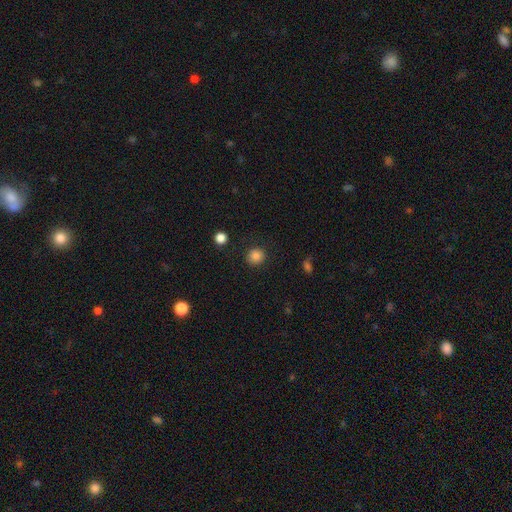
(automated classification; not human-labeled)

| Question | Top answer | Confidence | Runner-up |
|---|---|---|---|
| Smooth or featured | smooth | 86% | star or artifact (11%) |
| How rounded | round | 90% | in between (9%) |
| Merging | none | 89% | minor disturbance (7%) |